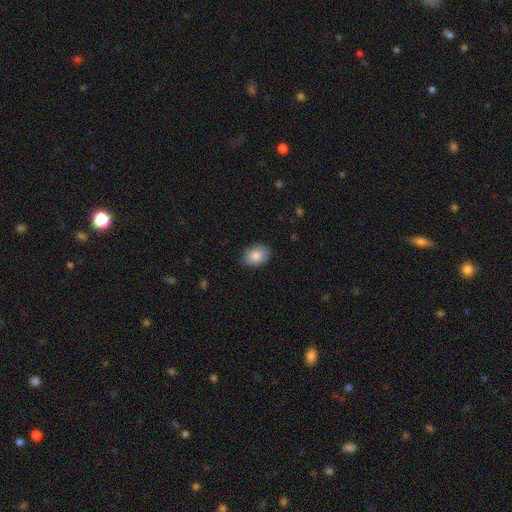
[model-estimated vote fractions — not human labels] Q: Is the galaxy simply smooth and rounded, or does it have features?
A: smooth — 84%.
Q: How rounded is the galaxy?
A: in between — 76%.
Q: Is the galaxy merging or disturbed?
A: none — 86%.